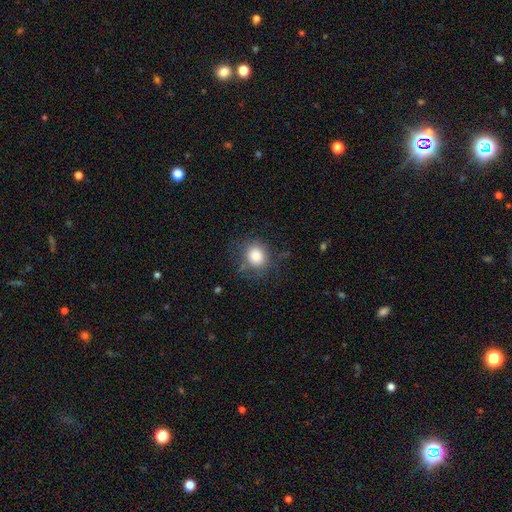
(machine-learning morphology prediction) Smooth or featured: smooth — 83% (star or artifact — 10%)
How rounded: round — 78% (in between — 21%)
Merging: none — 73% (minor disturbance — 18%)